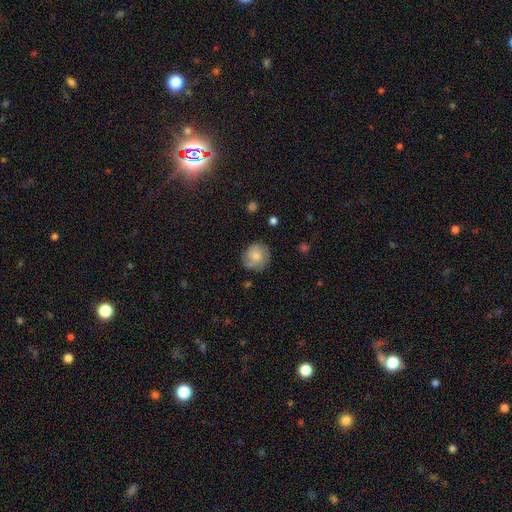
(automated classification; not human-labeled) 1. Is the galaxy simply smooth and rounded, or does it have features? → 71% smooth, 21% featured or disk, 8% star or artifact.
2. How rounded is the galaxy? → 88% round, 11% in between, 1% cigar-shaped.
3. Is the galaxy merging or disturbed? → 73% none, 19% minor disturbance, 6% major disturbance, 2% merger.